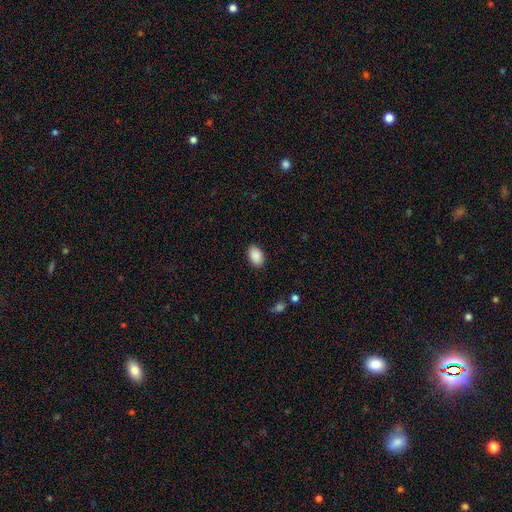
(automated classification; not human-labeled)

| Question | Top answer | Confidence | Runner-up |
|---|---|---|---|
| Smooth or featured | smooth | 90% | star or artifact (7%) |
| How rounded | in between | 90% | round (9%) |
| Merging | none | 88% | minor disturbance (9%) |